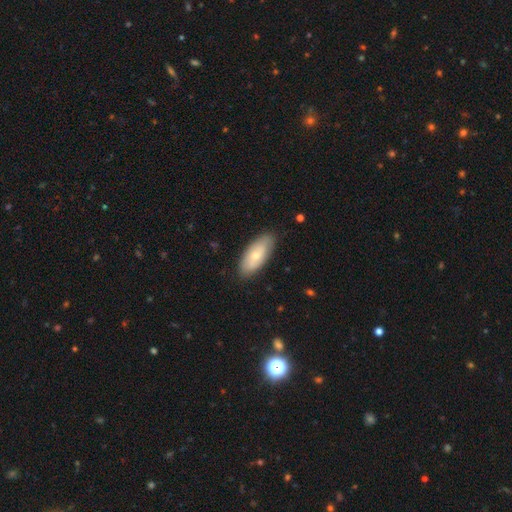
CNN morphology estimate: This is likely a smooth galaxy (61%). How rounded: clearly in between (85%). Merging: clearly none (84%).